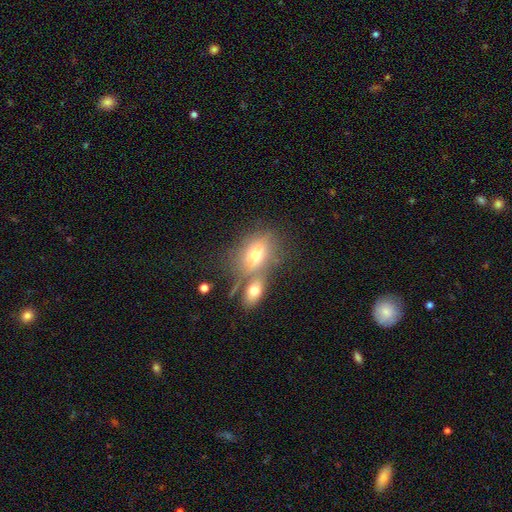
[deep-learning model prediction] Smooth or featured?
  - smooth: 68% *
  - featured or disk: 22%
  - star or artifact: 10%
How rounded?
  - in between: 83% *
  - round: 13%
  - cigar-shaped: 5%
Merging?
  - none: 41% *
  - merger: 39%
  - minor disturbance: 13%
  - major disturbance: 7%